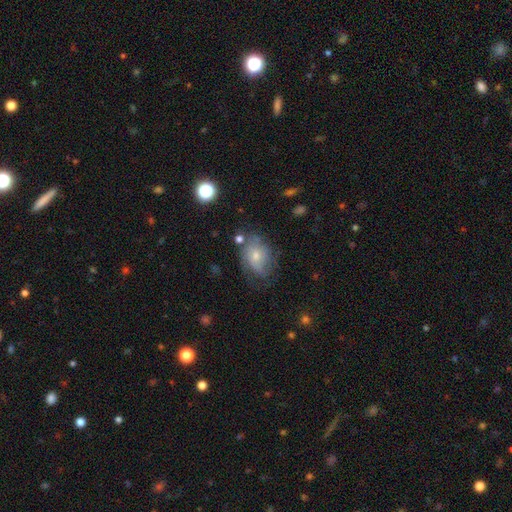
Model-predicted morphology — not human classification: Smooth or featured?
  - featured or disk: 52% *
  - smooth: 36%
  - star or artifact: 12%
Edge-on disk?
  - no: 95% *
  - yes: 5%
Merging?
  - none: 62% *
  - minor disturbance: 24%
  - major disturbance: 11%
  - merger: 3%